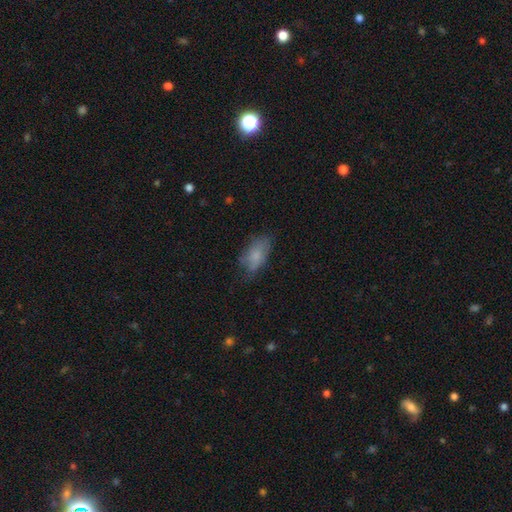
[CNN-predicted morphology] type=smooth (77%); roundness=in between (90%); merging=none (59%).